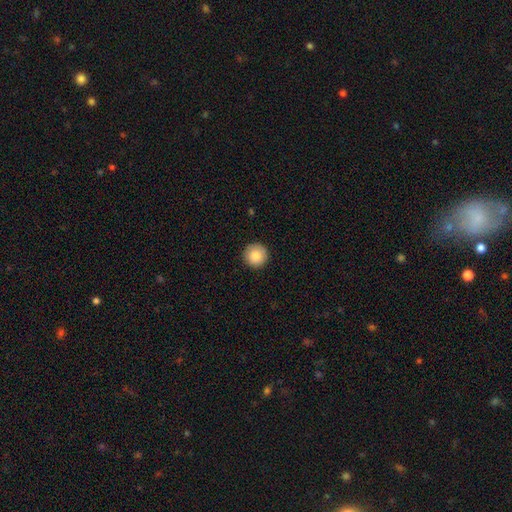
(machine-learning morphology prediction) smooth_or_featured: smooth (p=0.86) [alt: star or artifact p=0.08]
how_rounded: round (p=0.96) [alt: in between p=0.03]
merging: none (p=0.92) [alt: minor disturbance p=0.06]